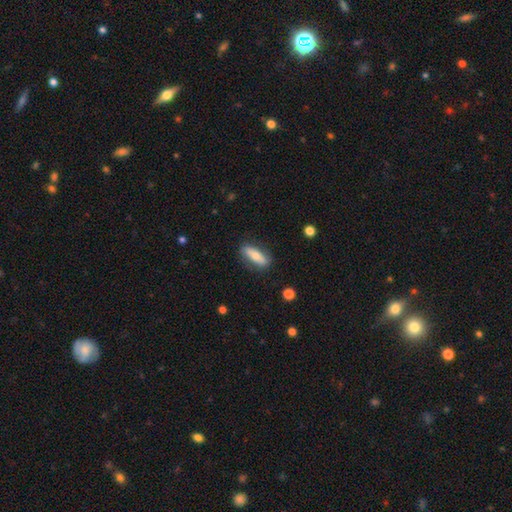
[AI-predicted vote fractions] Morphology: type=smooth (61%); roundness=in between (52%); merging=none (82%).